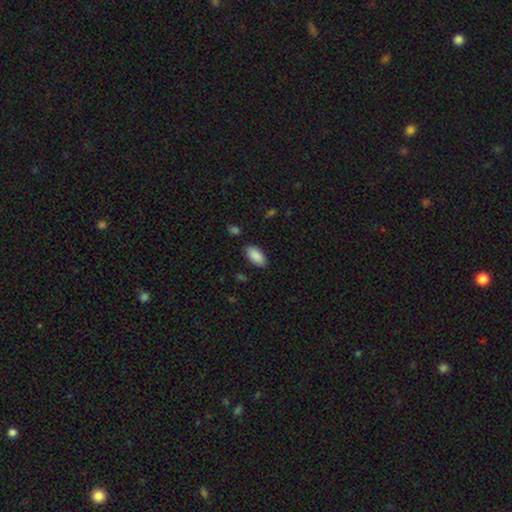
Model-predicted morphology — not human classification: A smooth galaxy with no disk features (90%) that is in between round and cigar-shaped (94%). Merging: none (85%).